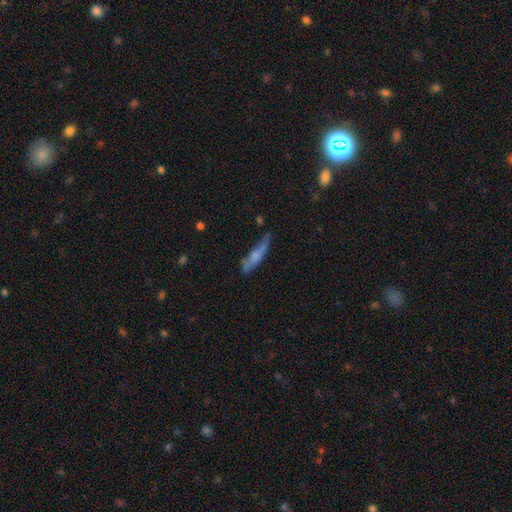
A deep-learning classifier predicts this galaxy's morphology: smooth 56%, featured or disk 37%, star or artifact 7%. Down the decision tree: how rounded — cigar-shaped (81%); merging — none (55%).